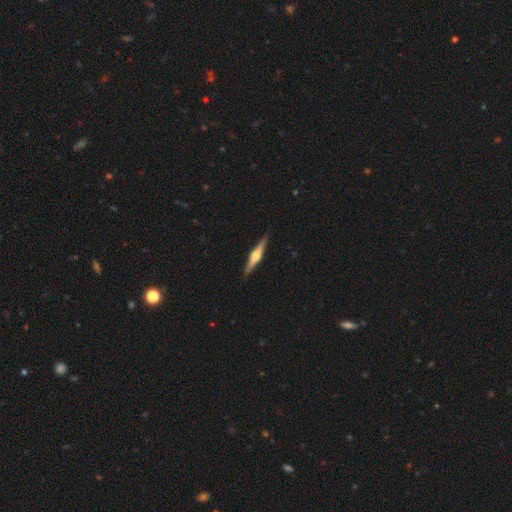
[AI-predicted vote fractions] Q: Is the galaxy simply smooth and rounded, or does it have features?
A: featured or disk — 79%.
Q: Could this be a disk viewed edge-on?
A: yes — 98%.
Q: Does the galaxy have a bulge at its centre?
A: rounded — 91%.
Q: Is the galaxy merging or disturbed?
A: none — 92%.